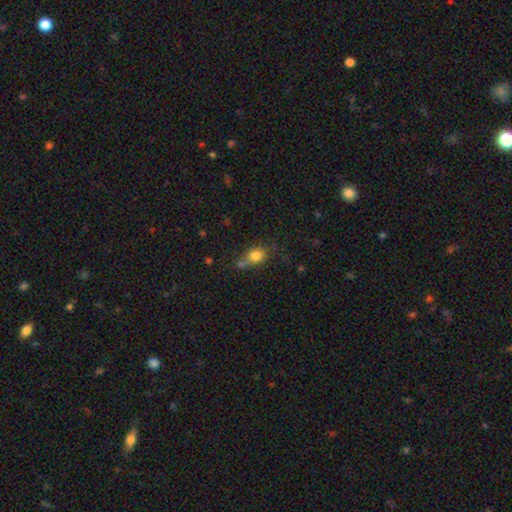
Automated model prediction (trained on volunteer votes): Overall: smooth (79%). How rounded: in between (53%; round 44%). Merging: none (44%; minor disturbance 25%).